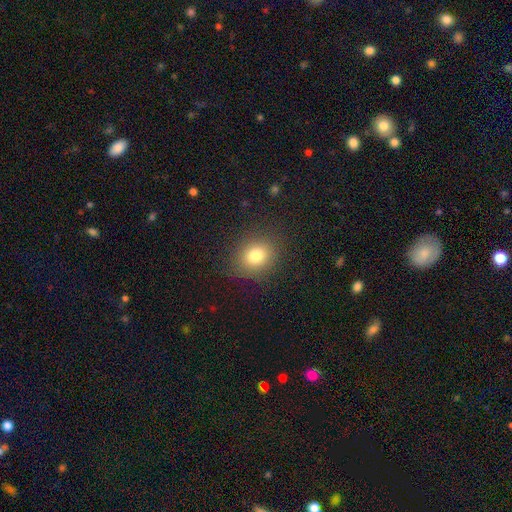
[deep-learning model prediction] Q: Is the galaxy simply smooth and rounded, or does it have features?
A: smooth — 79%.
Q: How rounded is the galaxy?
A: round — 65%.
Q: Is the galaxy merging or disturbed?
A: none — 85%.